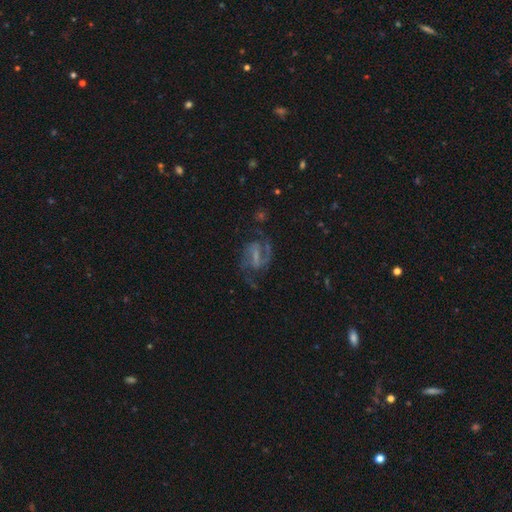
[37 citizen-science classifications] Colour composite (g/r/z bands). It shows a featured or disk galaxy (95%) with a strong bar (51%), 2 (91%) medium (71%) spiral arms (100%) and a moderate central bulge (40%). Merging: none (66%).